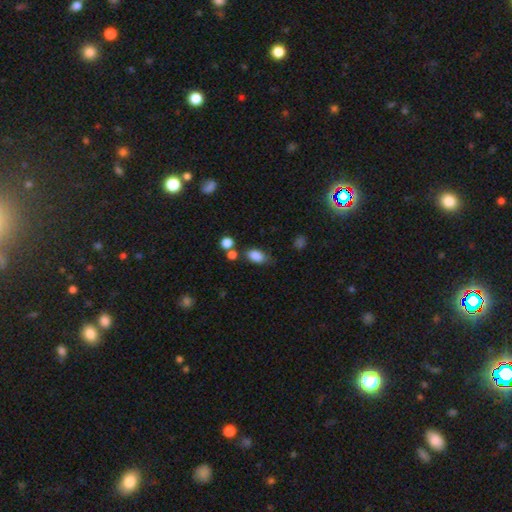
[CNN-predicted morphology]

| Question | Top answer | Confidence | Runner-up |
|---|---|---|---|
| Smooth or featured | smooth | 85% | star or artifact (9%) |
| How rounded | in between | 88% | round (10%) |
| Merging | none | 65% | minor disturbance (19%) |